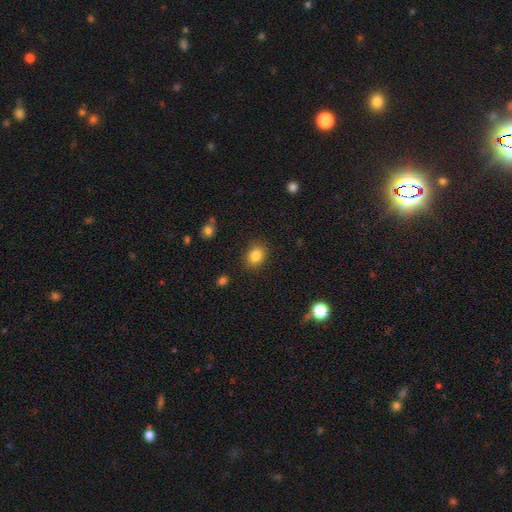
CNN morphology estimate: Q: Smooth or featured?
A: smooth (84%); runner-up: star or artifact (10%)
Q: How rounded?
A: round (52%); runner-up: in between (47%)
Q: Merging?
A: none (86%); runner-up: minor disturbance (10%)